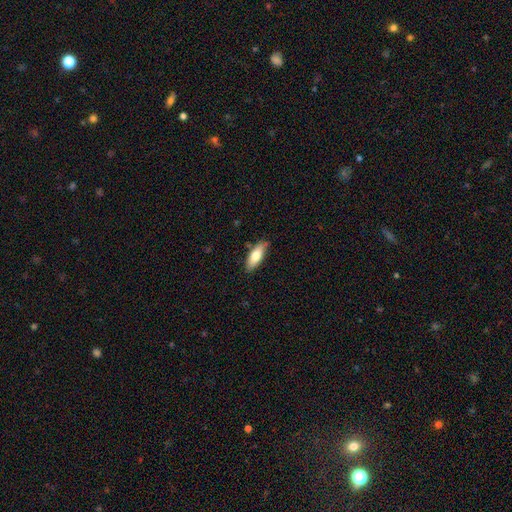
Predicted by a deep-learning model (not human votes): Smooth or featured? smooth (75%)
How rounded? in between (67%)
Merging? none (82%)